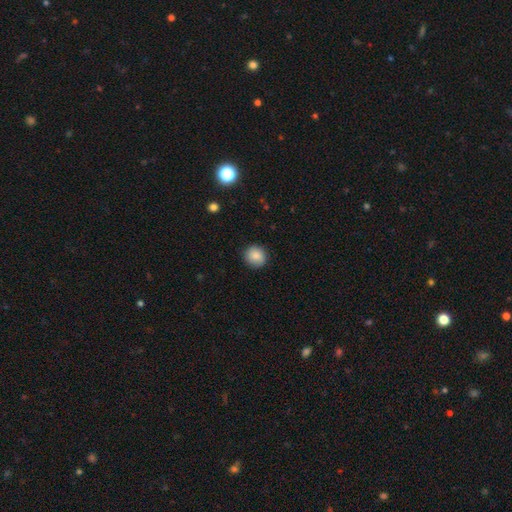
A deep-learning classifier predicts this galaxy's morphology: This appears to be a smooth galaxy with no disk features (86%) that is round (90%). Merging: none (88%).